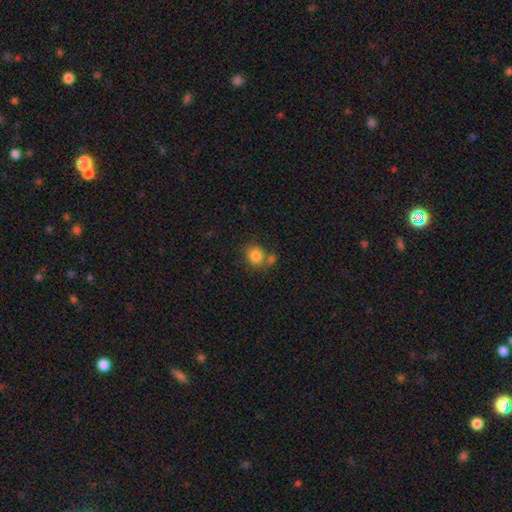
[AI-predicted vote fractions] smooth_or_featured: smooth (p=0.83) [alt: star or artifact p=0.10]
how_rounded: round (p=0.71) [alt: in between p=0.28]
merging: none (p=0.58) [alt: merger p=0.26]